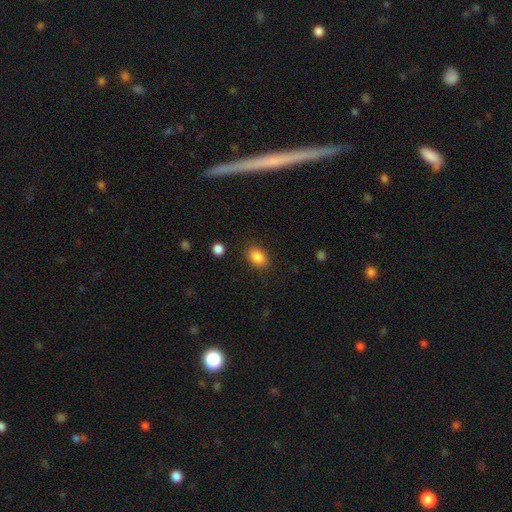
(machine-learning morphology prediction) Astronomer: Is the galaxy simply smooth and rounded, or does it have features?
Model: smooth — 86%.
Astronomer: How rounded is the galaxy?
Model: in between — 77%.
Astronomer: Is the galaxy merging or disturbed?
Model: none — 85%.